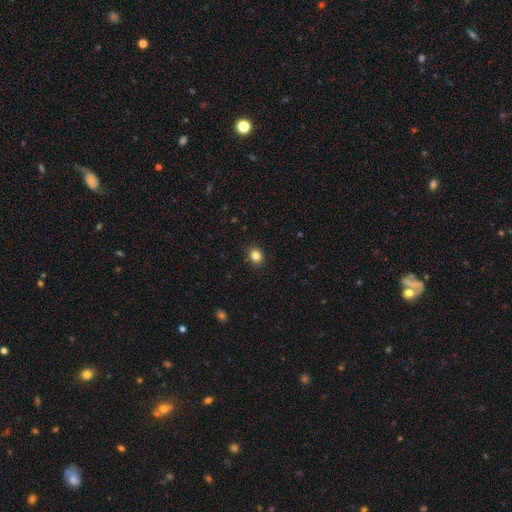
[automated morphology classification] Smooth or featured?
  - smooth: 83% *
  - star or artifact: 12%
  - featured or disk: 5%
How rounded?
  - round: 70% *
  - in between: 29%
  - cigar-shaped: 1%
Merging?
  - none: 90% *
  - minor disturbance: 7%
  - major disturbance: 2%
  - merger: 1%